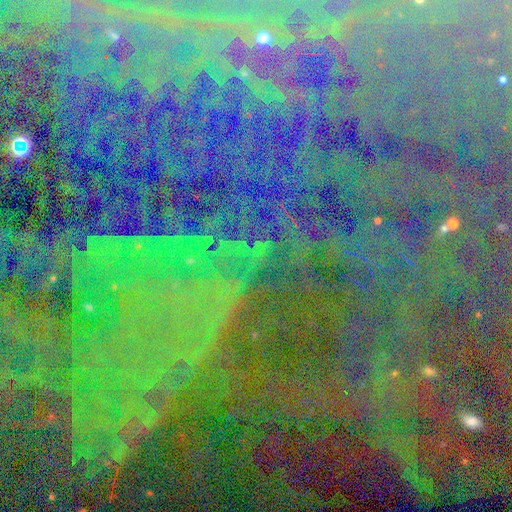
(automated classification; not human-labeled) This appears to be a star or artifact, not a galaxy (84%).